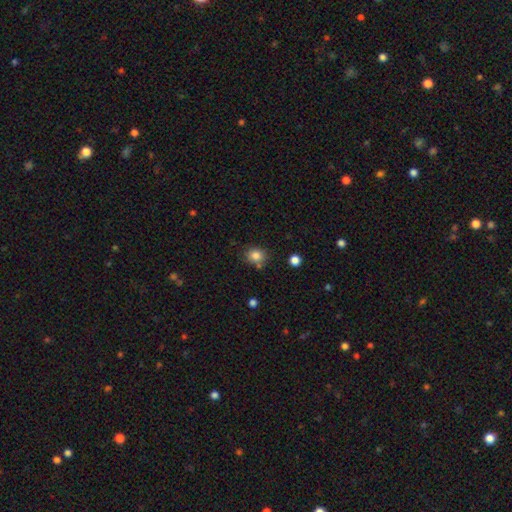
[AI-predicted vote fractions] Smooth or featured? Predicted: smooth (p=0.83). How rounded? Predicted: round (p=0.69). Merging? Predicted: none (p=0.73).